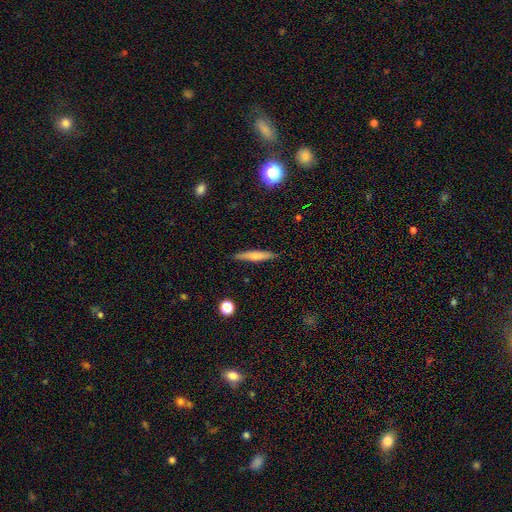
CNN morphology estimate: This is likely a smooth galaxy (63%). How rounded: clearly cigar-shaped (90%). Merging: clearly none (88%).